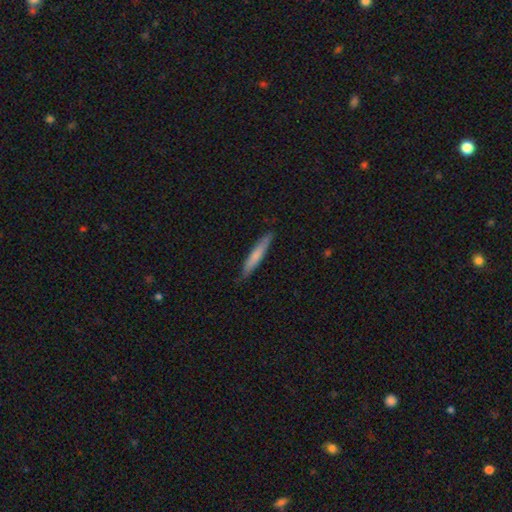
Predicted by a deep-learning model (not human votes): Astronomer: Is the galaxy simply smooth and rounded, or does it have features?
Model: smooth — 69%.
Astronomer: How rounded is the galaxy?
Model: cigar-shaped — 93%.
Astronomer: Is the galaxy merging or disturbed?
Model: none — 87%.